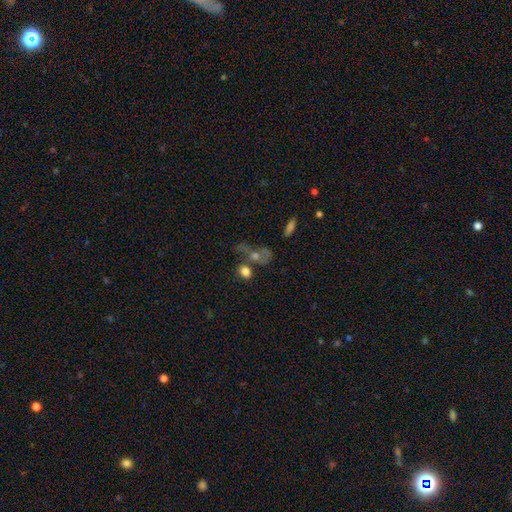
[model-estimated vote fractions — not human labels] A smooth galaxy with no disk features (39%). Merging: merger (34%).